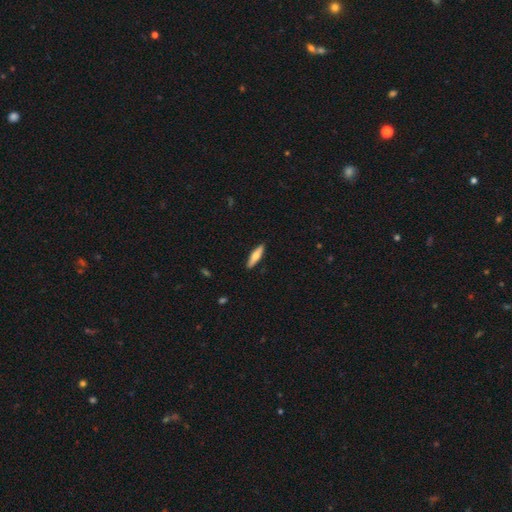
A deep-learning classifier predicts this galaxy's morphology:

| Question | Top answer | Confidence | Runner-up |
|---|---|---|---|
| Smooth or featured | smooth | 61% | featured or disk (33%) |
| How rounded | cigar-shaped | 73% | in between (25%) |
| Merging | none | 90% | minor disturbance (7%) |